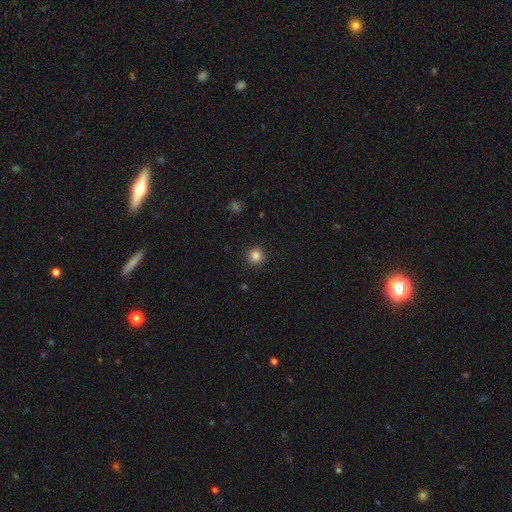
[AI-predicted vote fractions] This is clearly a smooth galaxy (85%). How rounded: clearly round (94%). Merging: clearly none (92%).